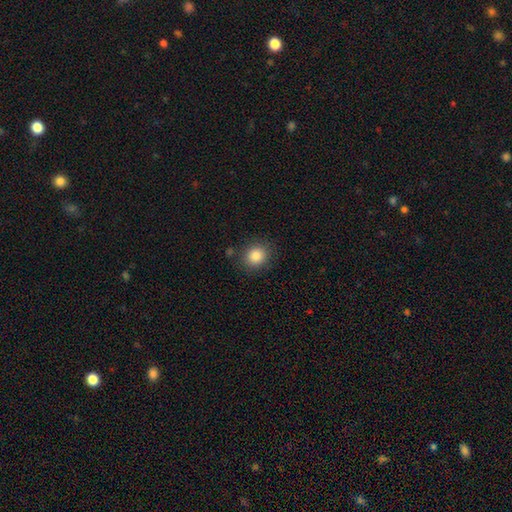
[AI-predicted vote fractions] Smooth or featured?
  - smooth: 86% *
  - star or artifact: 10%
  - featured or disk: 5%
How rounded?
  - round: 78% *
  - in between: 21%
  - cigar-shaped: 1%
Merging?
  - none: 86% *
  - minor disturbance: 9%
  - major disturbance: 3%
  - merger: 2%